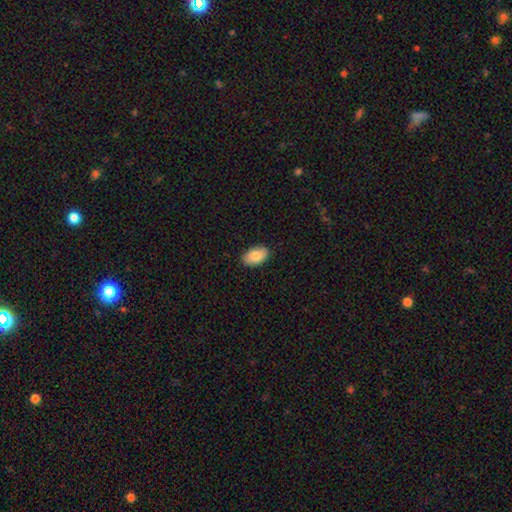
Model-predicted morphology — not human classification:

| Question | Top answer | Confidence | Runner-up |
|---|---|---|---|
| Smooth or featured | smooth | 85% | featured or disk (8%) |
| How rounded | in between | 94% | round (5%) |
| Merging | none | 89% | minor disturbance (9%) |